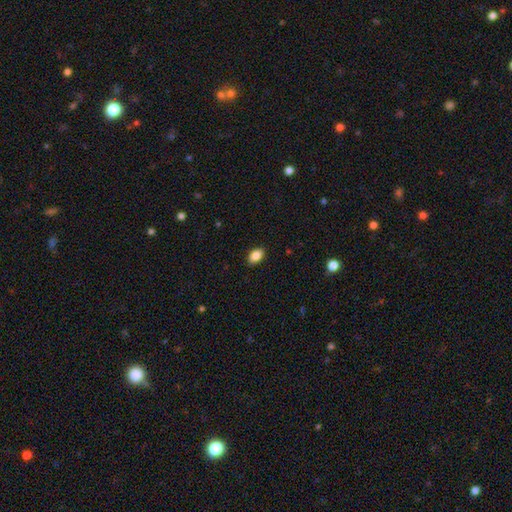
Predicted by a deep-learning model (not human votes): A smooth galaxy with no disk features (87%) that is in between round and cigar-shaped (90%). Merging: none (89%).